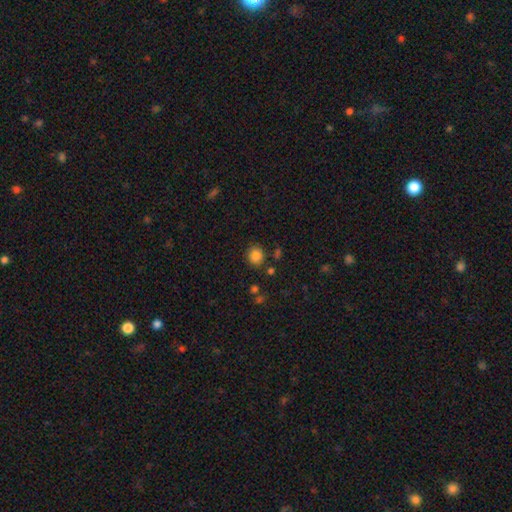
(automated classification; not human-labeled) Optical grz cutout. It shows a smooth galaxy with no disk features (84%) that is round (82%). Merging: none (83%).